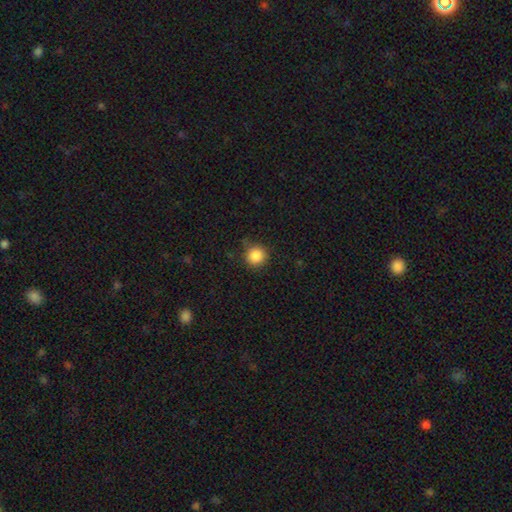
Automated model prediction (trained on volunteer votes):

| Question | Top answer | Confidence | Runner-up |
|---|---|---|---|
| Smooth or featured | smooth | 86% | star or artifact (10%) |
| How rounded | round | 93% | in between (6%) |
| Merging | none | 80% | minor disturbance (15%) |